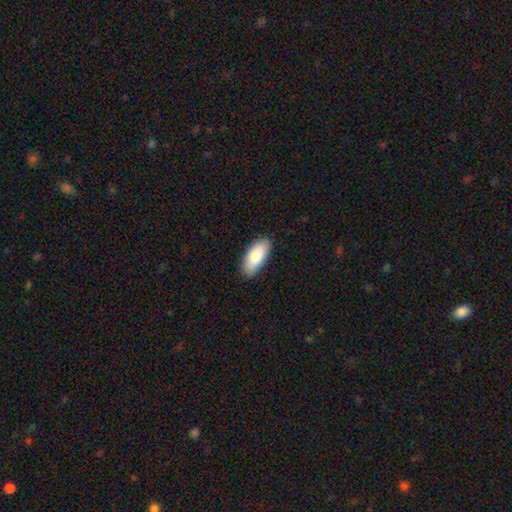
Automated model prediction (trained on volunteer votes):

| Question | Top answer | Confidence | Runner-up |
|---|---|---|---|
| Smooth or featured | smooth | 82% | featured or disk (12%) |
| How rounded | in between | 89% | cigar-shaped (9%) |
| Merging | none | 87% | minor disturbance (10%) |